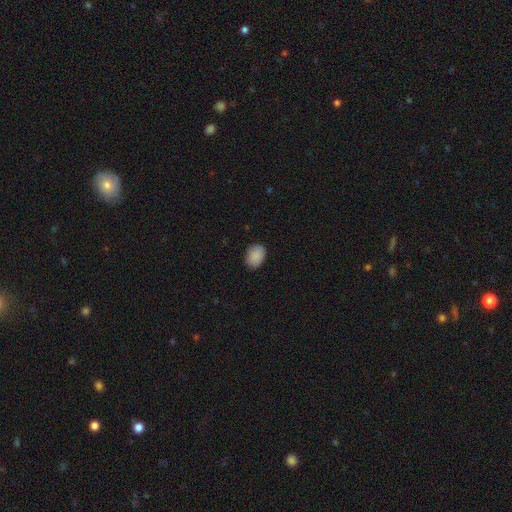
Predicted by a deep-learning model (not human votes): The model was most divided on "how rounded": in between: 68%, round: 32%, cigar-shaped: 1%. More confident: smooth or featured — smooth (89%); merging — none (85%).